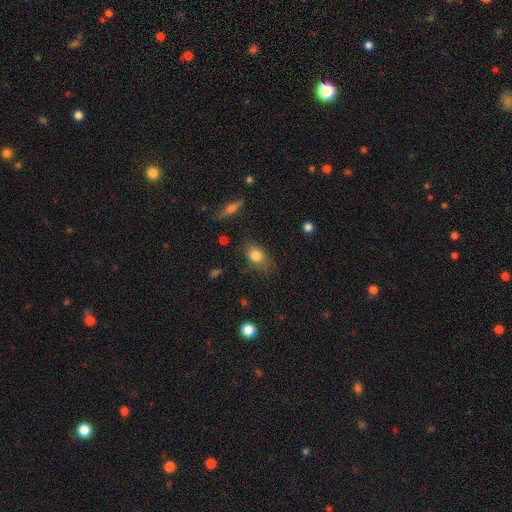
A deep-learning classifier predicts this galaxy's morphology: Smooth or featured: smooth — 80% (featured or disk — 11%)
How rounded: in between — 79% (round — 18%)
Merging: none — 73% (minor disturbance — 19%)